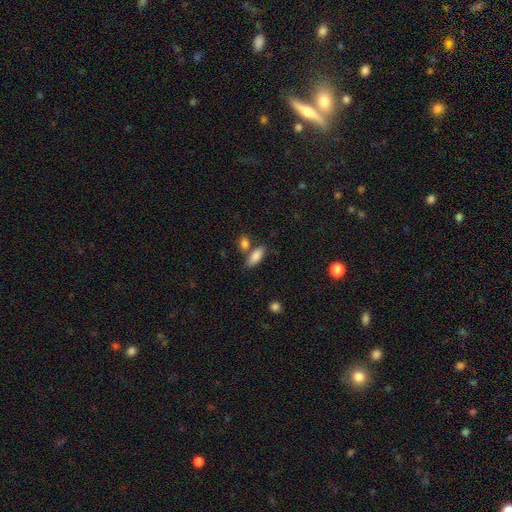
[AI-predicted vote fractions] Smooth or featured?
  - smooth: 85% *
  - featured or disk: 8%
  - star or artifact: 7%
How rounded?
  - in between: 84% *
  - cigar-shaped: 13%
  - round: 3%
Merging?
  - none: 64% *
  - merger: 19%
  - minor disturbance: 13%
  - major disturbance: 4%